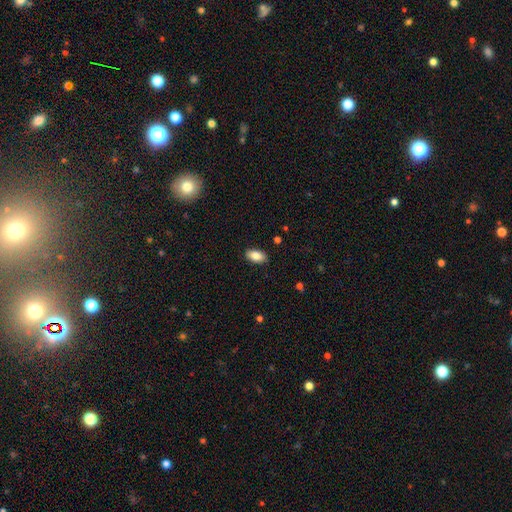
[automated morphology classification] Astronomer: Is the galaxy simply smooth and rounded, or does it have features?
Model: smooth — 83%.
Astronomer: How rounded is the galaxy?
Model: in between — 92%.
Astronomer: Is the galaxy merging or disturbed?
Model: none — 89%.